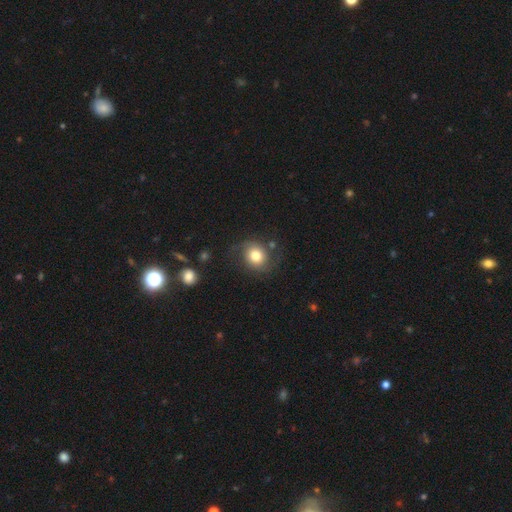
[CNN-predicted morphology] Smooth or featured?
  - smooth: 69% *
  - featured or disk: 22%
  - star or artifact: 9%
How rounded?
  - round: 73% *
  - in between: 26%
  - cigar-shaped: 1%
Merging?
  - none: 66% *
  - minor disturbance: 19%
  - major disturbance: 11%
  - merger: 4%